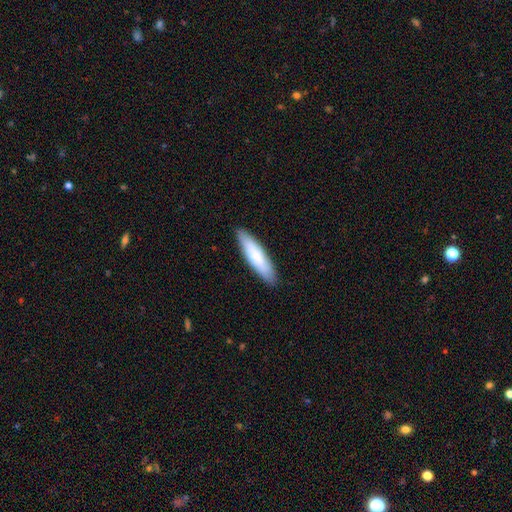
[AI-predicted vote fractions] Smooth or featured? Predicted: smooth (p=0.79). How rounded? Predicted: cigar-shaped (p=0.75). Merging? Predicted: none (p=0.89).